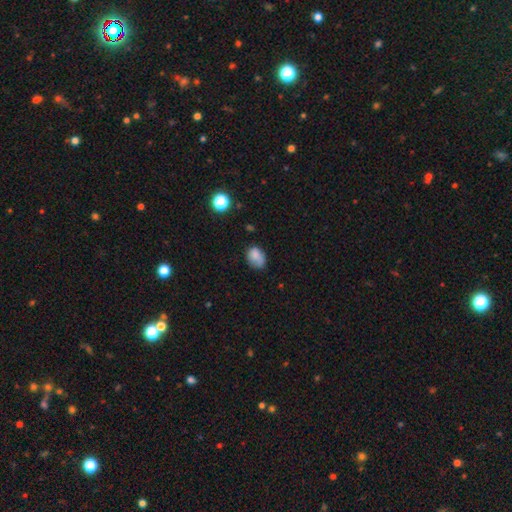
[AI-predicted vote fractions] Smooth or featured?
  - smooth: 79% *
  - featured or disk: 10%
  - star or artifact: 10%
How rounded?
  - in between: 68% *
  - round: 31%
  - cigar-shaped: 1%
Merging?
  - none: 56% *
  - minor disturbance: 31%
  - major disturbance: 9%
  - merger: 3%